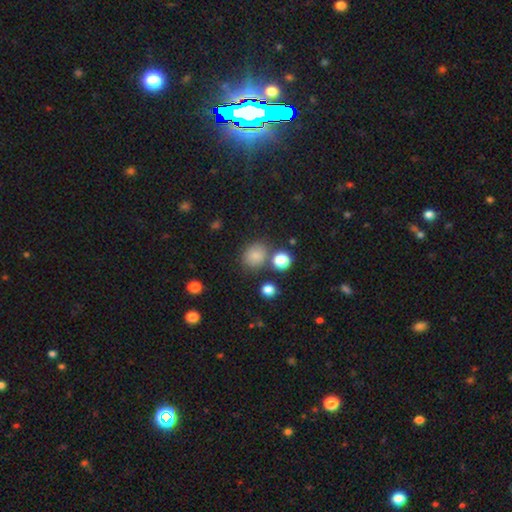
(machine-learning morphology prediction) Overall: smooth (80%). How rounded: round (68%; in between 31%). Merging: none (73%).